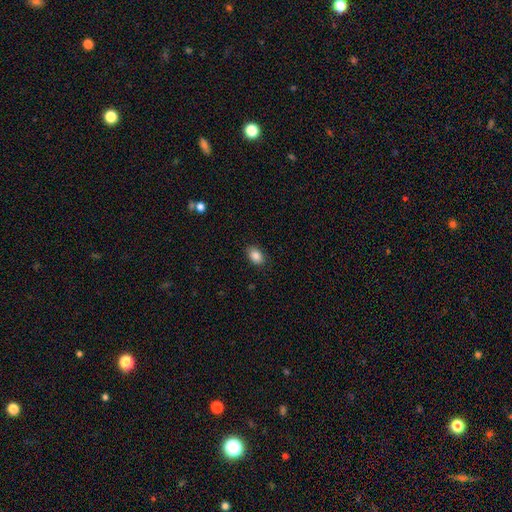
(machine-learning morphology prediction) Smooth or featured? Predicted: smooth (p=0.87). How rounded? Predicted: in between (p=0.84). Merging? Predicted: none (p=0.87).